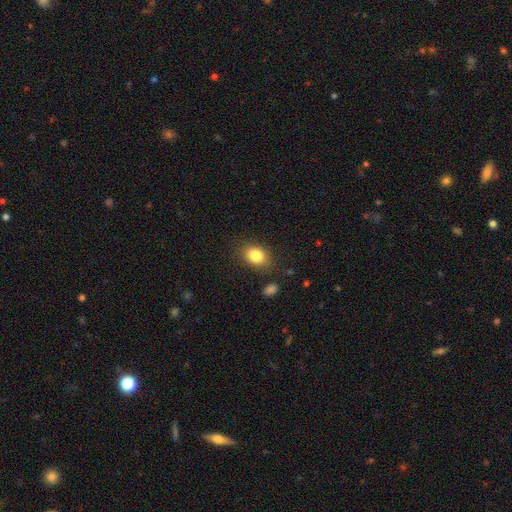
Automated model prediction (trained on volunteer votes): Smooth or featured: smooth — 84% (star or artifact — 9%)
How rounded: in between — 71% (round — 28%)
Merging: none — 79% (minor disturbance — 14%)